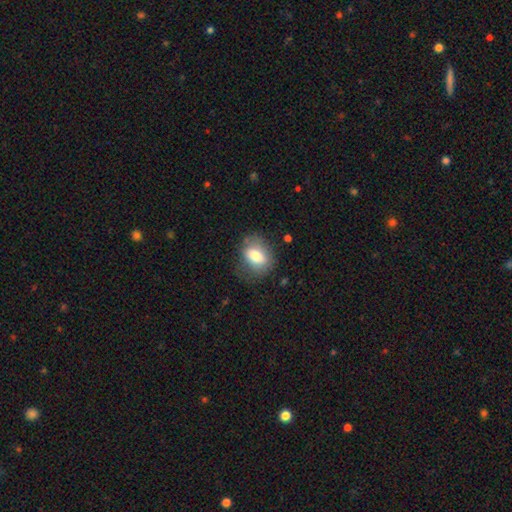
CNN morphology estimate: smooth-or-featured: smooth: 77% | featured or disk: 15% | star or artifact: 8%
  how-rounded: in between: 74% | round: 25% | cigar-shaped: 2%
  merging: none: 65% | minor disturbance: 23% | major disturbance: 10% | merger: 2%